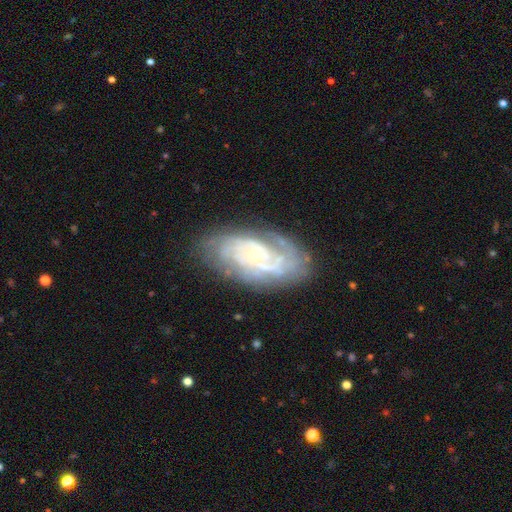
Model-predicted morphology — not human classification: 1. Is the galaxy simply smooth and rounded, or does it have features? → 84% featured or disk, 10% smooth, 6% star or artifact.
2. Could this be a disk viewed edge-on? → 95% no, 5% yes.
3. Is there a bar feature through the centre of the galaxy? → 74% no, 21% weak, 6% strong.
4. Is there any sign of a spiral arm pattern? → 94% yes, 6% no.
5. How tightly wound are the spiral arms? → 68% tight, 26% medium, 6% loose.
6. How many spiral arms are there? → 37% can't tell, 26% 2, 16% 3, 9% 4, 6% more than 4, 5% 1.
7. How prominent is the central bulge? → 74% small, 22% moderate, 1% none, 1% large, 1% dominant.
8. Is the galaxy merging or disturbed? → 74% none, 18% minor disturbance, 7% major disturbance, 2% merger.